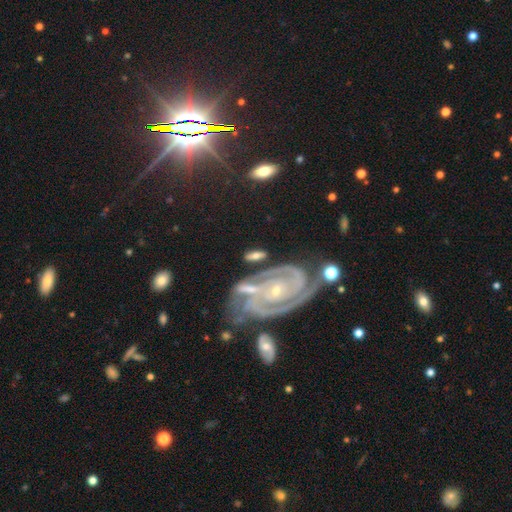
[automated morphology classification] featured or disk 59%, smooth 34%, star or artifact 7%. Down the decision tree: edge-on disk — no (89%); bar — no (55%); spiral arms — yes (89%); bulge size — small (60%); merging — none (60%).